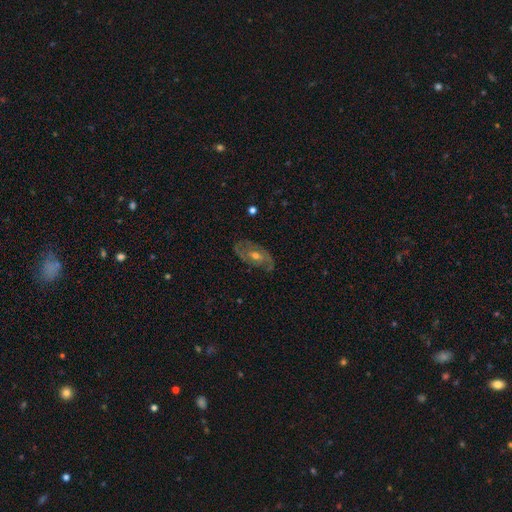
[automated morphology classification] This is clearly a featured or disk galaxy (83%). It is clearly not viewed edge-on (94%). Bar: possibly no (51%). Spiral arm pattern: clearly yes (90%). Spiral arm count: likely 2 (76%). Spiral winding: possibly medium (45%). Central bulge: likely moderate (66%). Merging: likely none (79%).